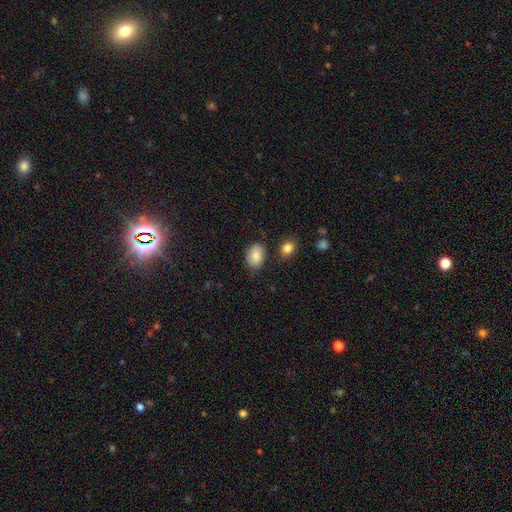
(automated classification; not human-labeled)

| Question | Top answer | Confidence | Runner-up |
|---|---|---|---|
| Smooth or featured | smooth | 85% | star or artifact (7%) |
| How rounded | in between | 76% | round (23%) |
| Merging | none | 73% | minor disturbance (19%) |